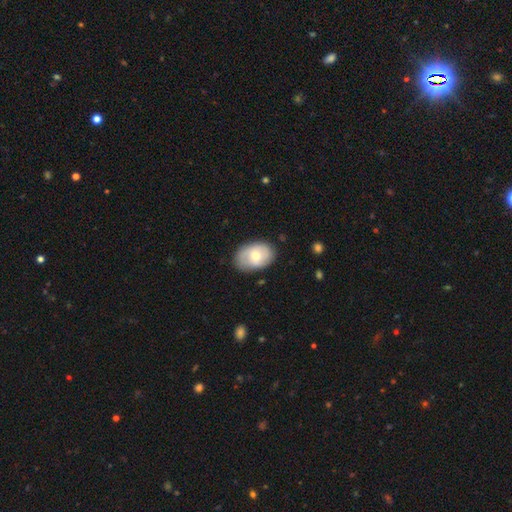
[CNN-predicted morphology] A smooth galaxy with no disk features (59%) that is in between round and cigar-shaped (83%).

Vote fractions:
- Smooth or featured? smooth: 59% / featured or disk: 35% / star or artifact: 6%
- How rounded? in between: 83% / round: 16% / cigar-shaped: 1%
- Merging? none: 79% / minor disturbance: 16% / major disturbance: 4% / merger: 1%